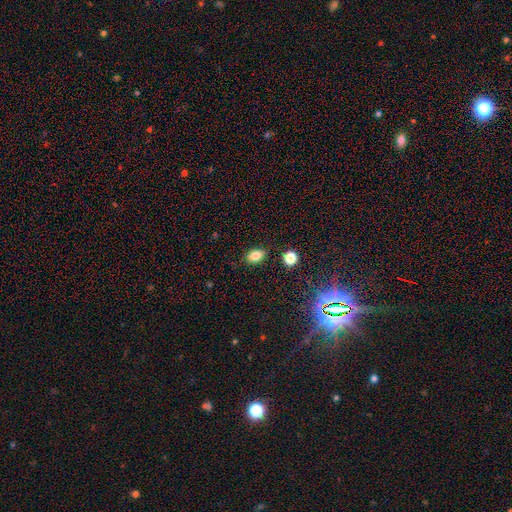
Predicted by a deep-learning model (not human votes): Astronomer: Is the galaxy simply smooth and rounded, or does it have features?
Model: smooth — 81%.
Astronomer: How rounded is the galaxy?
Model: in between — 84%.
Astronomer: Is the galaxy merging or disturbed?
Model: none — 86%.